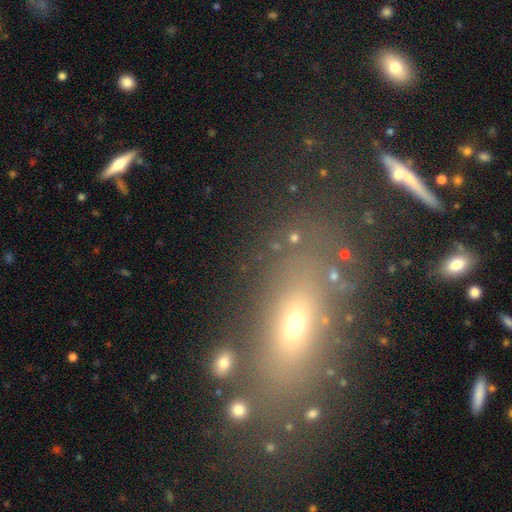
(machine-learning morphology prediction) smooth_or_featured: smooth (p=0.54) [alt: star or artifact p=0.23]
how_rounded: in between (p=0.68) [alt: cigar-shaped p=0.19]
merging: none (p=0.76) [alt: minor disturbance p=0.12]